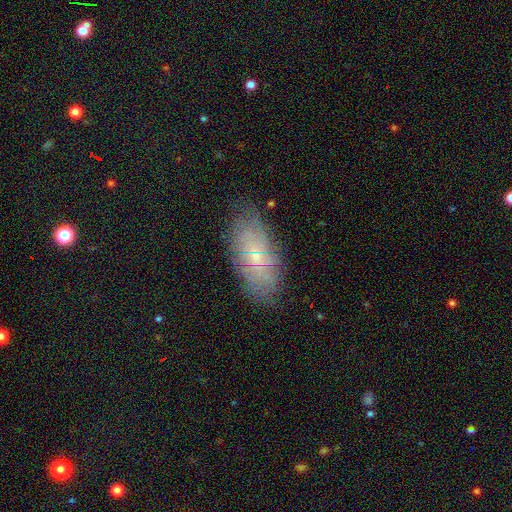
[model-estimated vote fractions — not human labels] smooth-or-featured: featured or disk: 54% | smooth: 36% | star or artifact: 10%
  disk-edge-on: no: 88% | yes: 12%
  merging: none: 77% | minor disturbance: 17% | major disturbance: 4% | merger: 1%